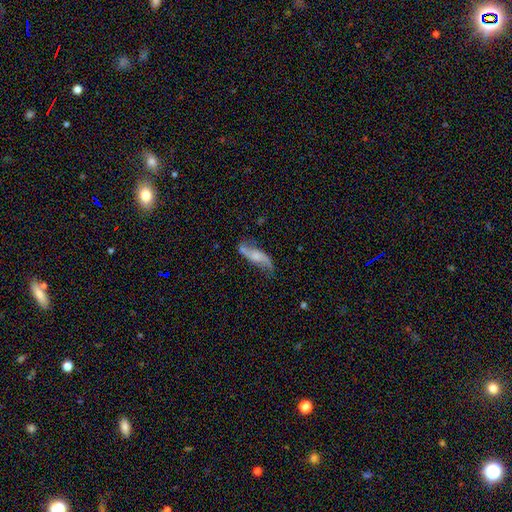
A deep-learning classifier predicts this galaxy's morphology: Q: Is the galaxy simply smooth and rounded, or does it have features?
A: featured or disk — 74%.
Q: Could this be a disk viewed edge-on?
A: no — 88%.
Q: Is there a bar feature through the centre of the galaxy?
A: no — 55%.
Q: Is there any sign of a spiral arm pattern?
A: yes — 93%.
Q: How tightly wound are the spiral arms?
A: loose — 85%.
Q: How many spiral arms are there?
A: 2 — 92%.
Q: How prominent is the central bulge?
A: small — 38%.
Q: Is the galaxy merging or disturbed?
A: none — 69%.